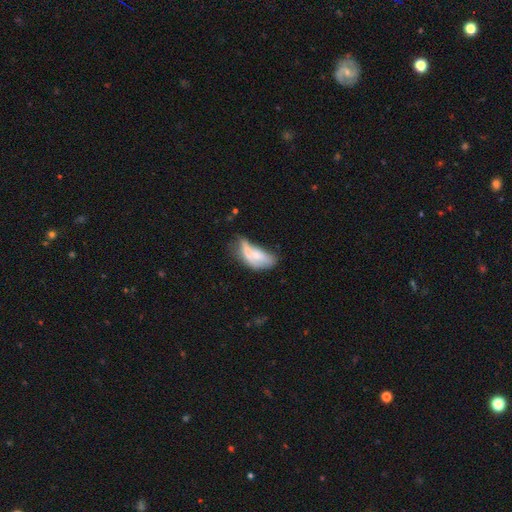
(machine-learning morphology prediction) A smooth galaxy with no disk features (51%) that is in between round and cigar-shaped (79%).

Vote fractions:
- Smooth or featured? smooth: 51% / featured or disk: 41% / star or artifact: 8%
- How rounded? in between: 79% / cigar-shaped: 15% / round: 6%
- Merging? merger: 47% / none: 20% / major disturbance: 17% / minor disturbance: 15%